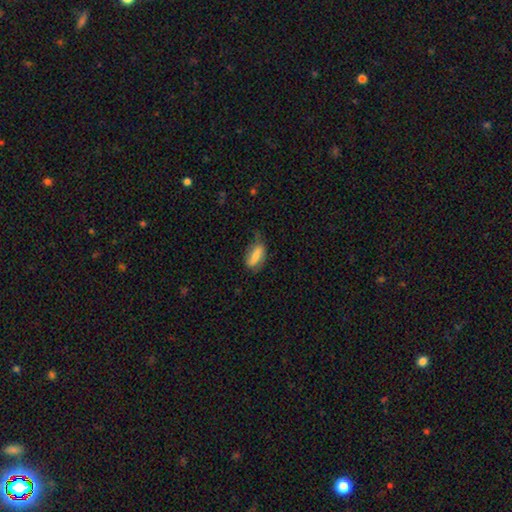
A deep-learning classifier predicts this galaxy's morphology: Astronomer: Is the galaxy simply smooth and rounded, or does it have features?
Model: smooth — 65%.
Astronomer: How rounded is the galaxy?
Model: in between — 82%.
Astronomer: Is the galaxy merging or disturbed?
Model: none — 56% (runner-up: minor disturbance, 32%).